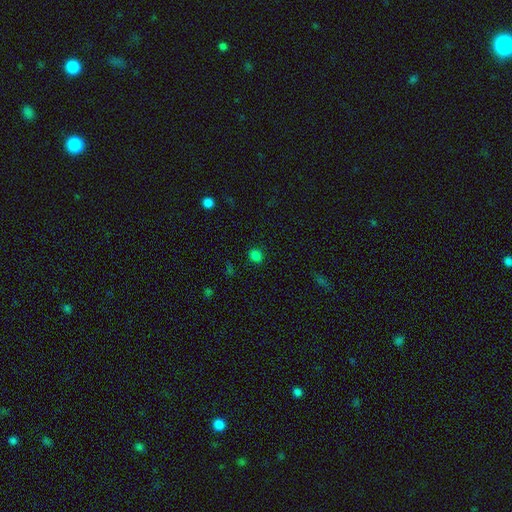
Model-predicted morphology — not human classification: Smooth or featured? Predicted: smooth (p=0.78). How rounded? Predicted: round (p=0.70). Merging? Predicted: none (p=0.86).